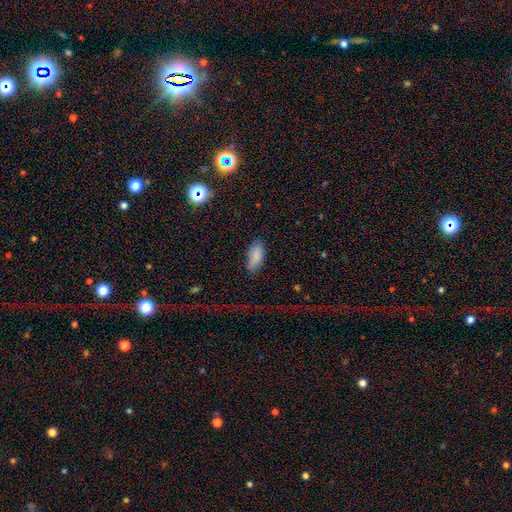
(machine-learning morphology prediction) smooth 85%, star or artifact 8%, featured or disk 7%. Down the decision tree: how rounded — in between (86%); merging — none (71%).